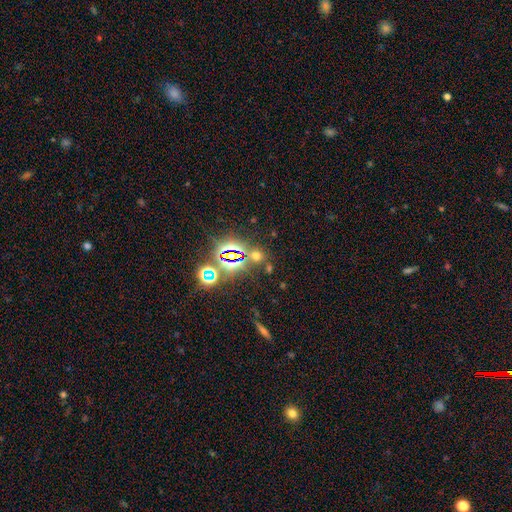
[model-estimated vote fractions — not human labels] star or artifact 52%, smooth 41%, featured or disk 7%.